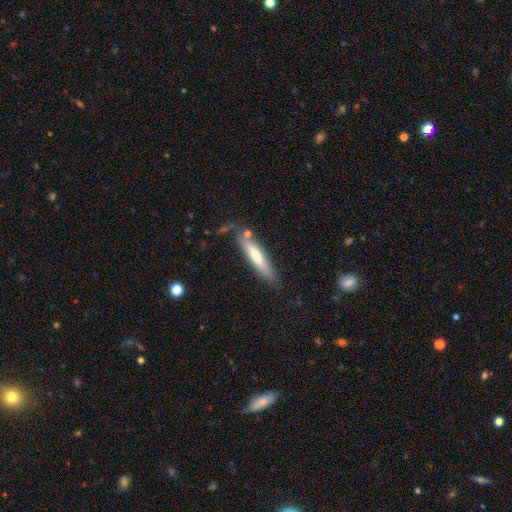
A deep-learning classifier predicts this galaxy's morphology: Overall: smooth (56%; featured or disk 37%). How rounded: cigar-shaped (86%). Merging: none (74%).